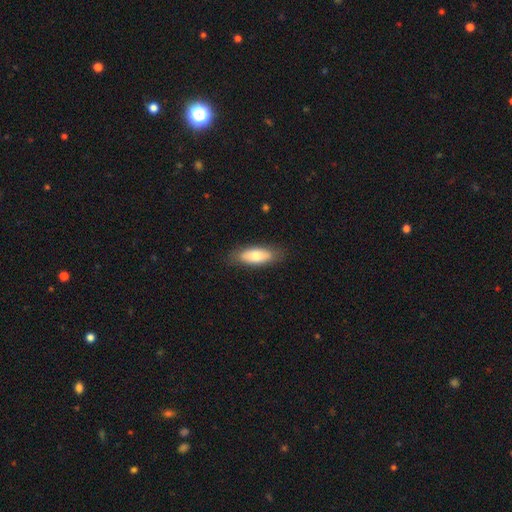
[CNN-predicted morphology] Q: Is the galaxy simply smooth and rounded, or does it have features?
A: smooth — 69%.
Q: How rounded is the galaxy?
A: in between — 77%.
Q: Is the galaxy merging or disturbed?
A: none — 82%.